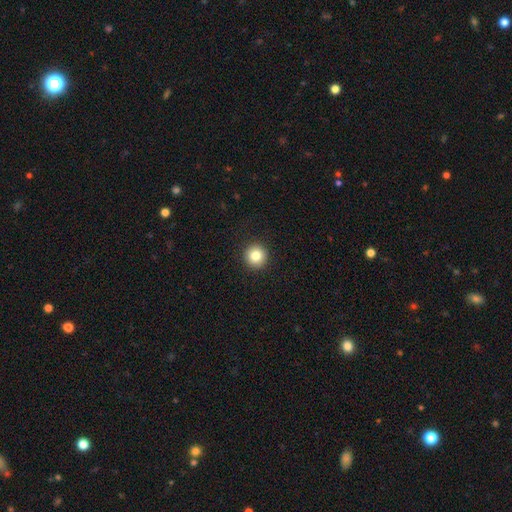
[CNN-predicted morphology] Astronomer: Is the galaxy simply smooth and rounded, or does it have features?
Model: smooth — 83%.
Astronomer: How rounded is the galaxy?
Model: round — 95%.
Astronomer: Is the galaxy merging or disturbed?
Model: none — 93%.